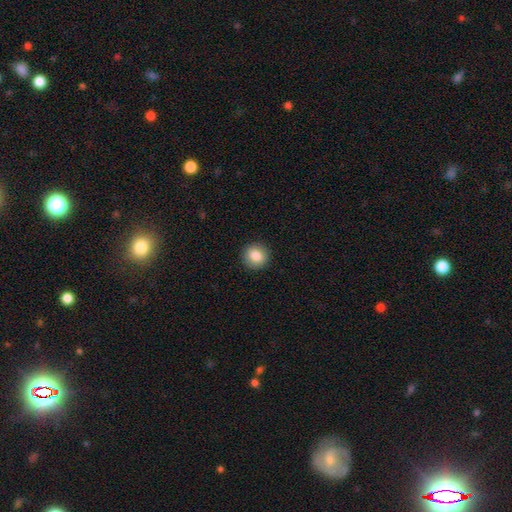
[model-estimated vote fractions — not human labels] A smooth galaxy with no disk features (85%) that is round (90%).

Vote fractions:
- Smooth or featured? smooth: 85% / star or artifact: 8% / featured or disk: 7%
- How rounded? round: 90% / in between: 9% / cigar-shaped: 1%
- Merging? none: 92% / minor disturbance: 6% / major disturbance: 2% / merger: 1%